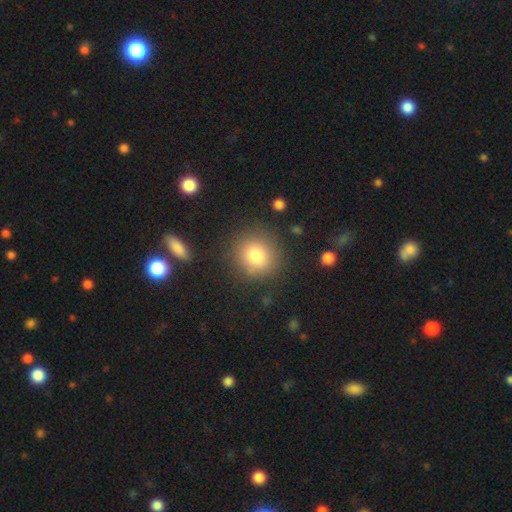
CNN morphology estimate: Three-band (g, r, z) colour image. It shows a smooth galaxy with no disk features (81%) that is round (86%). Merging: none (84%).